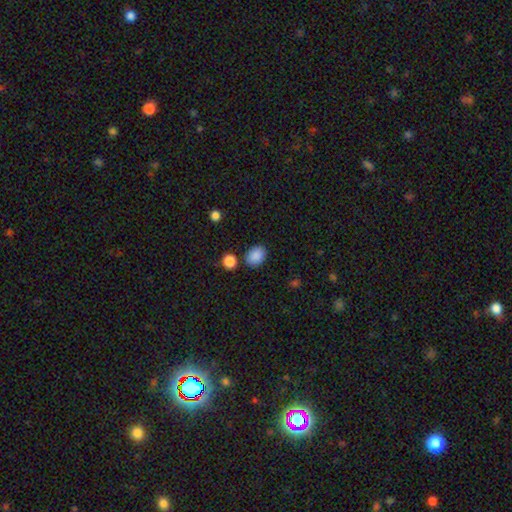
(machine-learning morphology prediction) This appears to be a smooth galaxy with no disk features (88%) that is in between round and cigar-shaped (68%). Merging: none (81%).